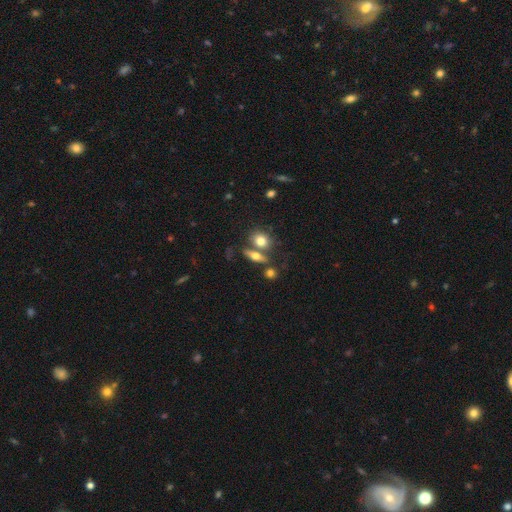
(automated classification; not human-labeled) A smooth galaxy with no disk features (60%) that is in between round and cigar-shaped (51%). Merging: none (60%).